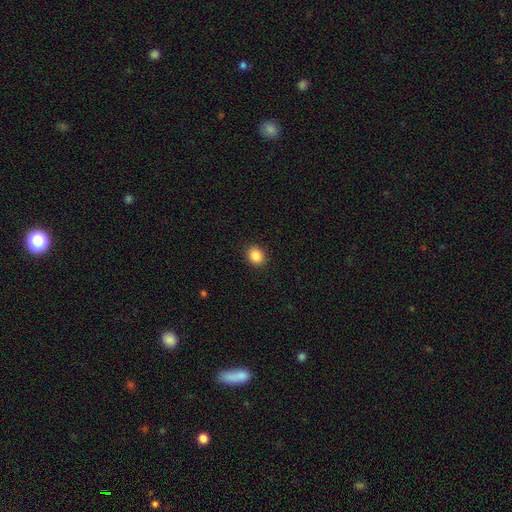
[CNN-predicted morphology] This is clearly a smooth galaxy (87%). How rounded: likely round (69%). Merging: clearly none (91%).